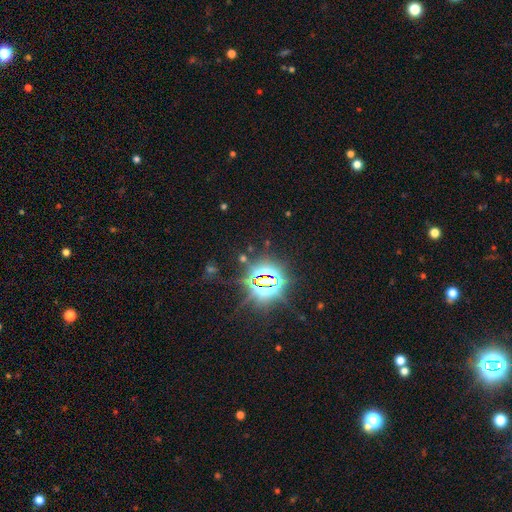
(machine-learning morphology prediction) smooth_or_featured: star or artifact (p=0.85) [alt: smooth p=0.09]